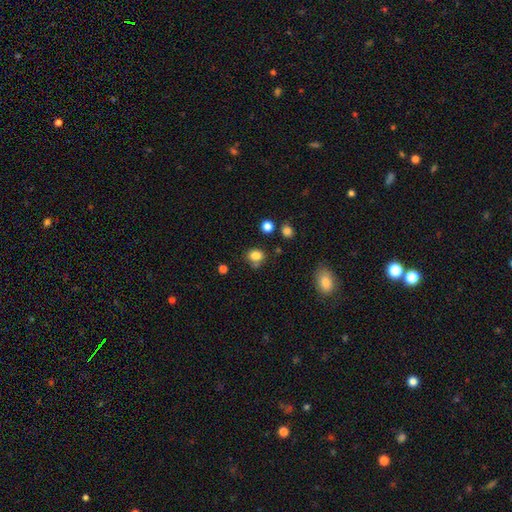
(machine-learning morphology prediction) A smooth galaxy with no disk features (83%) that is round (62%). Merging: none (70%).